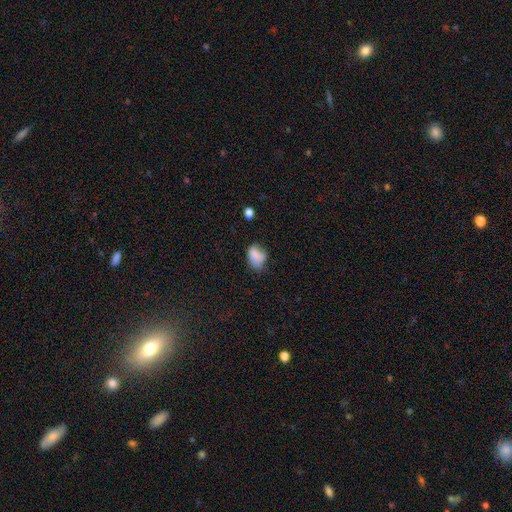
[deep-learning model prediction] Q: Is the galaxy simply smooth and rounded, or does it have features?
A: smooth — 80%.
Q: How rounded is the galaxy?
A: in between — 77%.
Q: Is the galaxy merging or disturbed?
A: none — 44%.